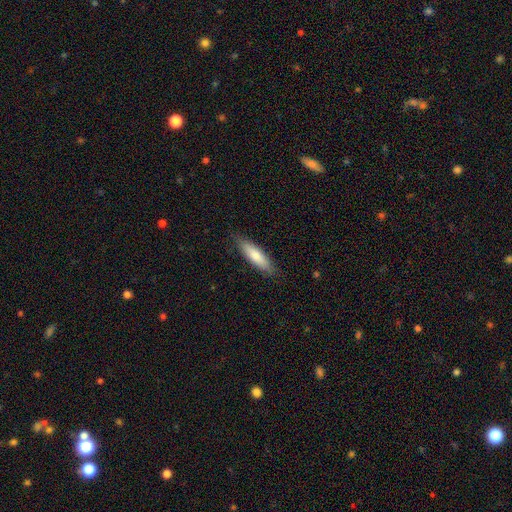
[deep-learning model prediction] Smooth or featured: smooth — 75% (featured or disk — 19%)
How rounded: cigar-shaped — 63% (in between — 35%)
Merging: none — 84% (minor disturbance — 13%)